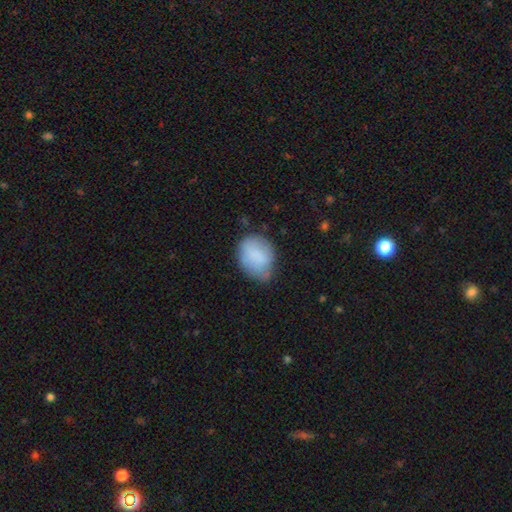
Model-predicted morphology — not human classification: Q: Smooth or featured?
A: smooth (80%); runner-up: featured or disk (13%)
Q: How rounded?
A: in between (59%); runner-up: round (40%)
Q: Merging?
A: none (54%); runner-up: minor disturbance (35%)